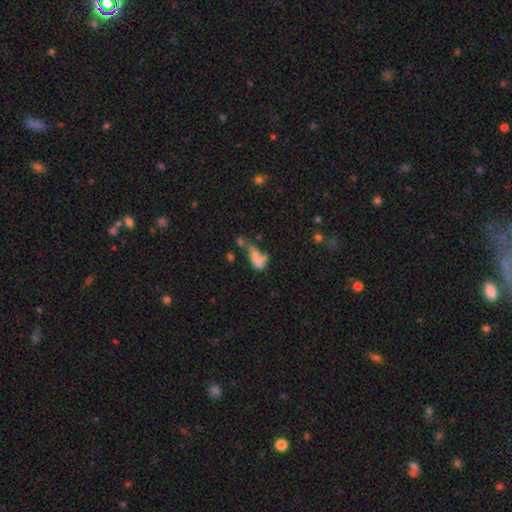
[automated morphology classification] Smooth or featured: smooth — 54% (featured or disk — 30%)
How rounded: in between — 67% (cigar-shaped — 27%)
Merging: merger — 38% (major disturbance — 25%)